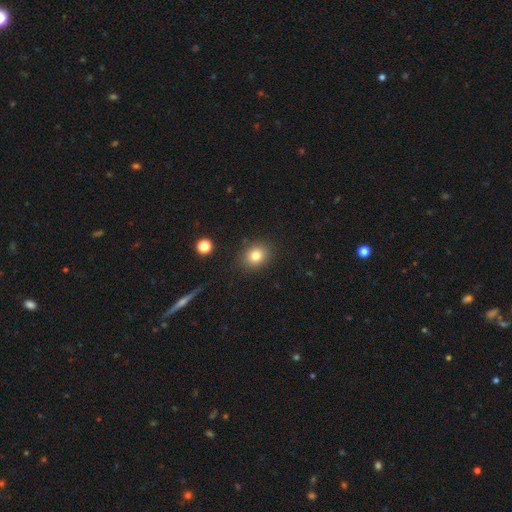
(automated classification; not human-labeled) Q: Smooth or featured?
A: smooth (80%); runner-up: star or artifact (12%)
Q: How rounded?
A: round (61%); runner-up: in between (38%)
Q: Merging?
A: none (87%); runner-up: minor disturbance (8%)